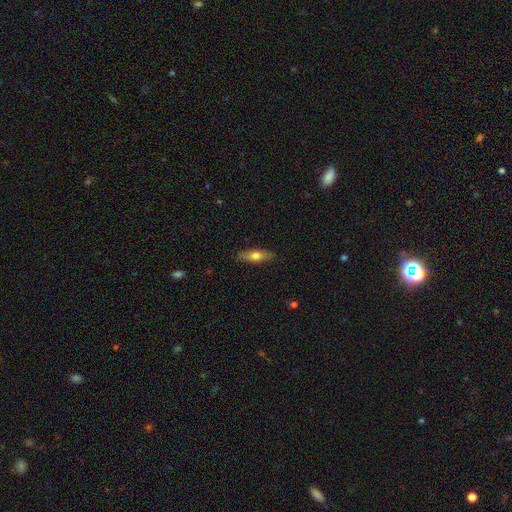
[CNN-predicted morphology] smooth-or-featured: smooth: 64% | featured or disk: 30% | star or artifact: 6%
  how-rounded: cigar-shaped: 49% | in between: 48% | round: 3%
  merging: none: 87% | minor disturbance: 10% | major disturbance: 2% | merger: 1%